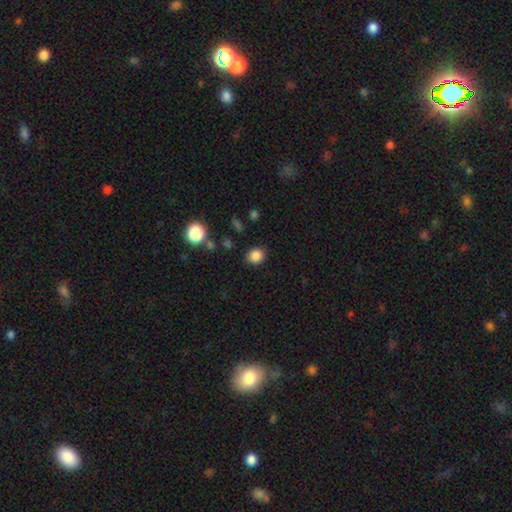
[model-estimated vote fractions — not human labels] A smooth galaxy with no disk features (85%) that is round (74%).

Vote fractions:
- Smooth or featured? smooth: 85% / star or artifact: 11% / featured or disk: 4%
- How rounded? round: 74% / in between: 26% / cigar-shaped: 1%
- Merging? none: 87% / minor disturbance: 9% / major disturbance: 3% / merger: 2%